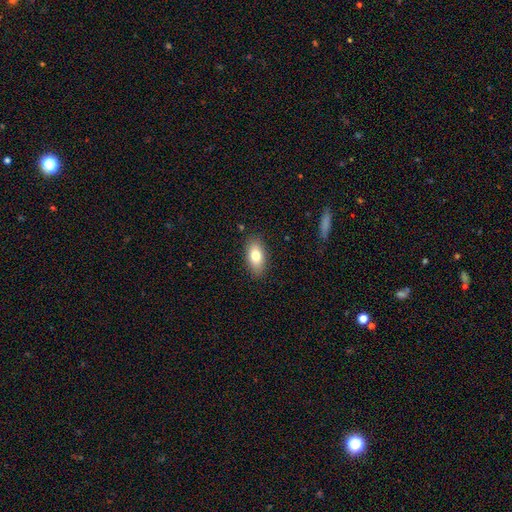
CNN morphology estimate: This appears to be a smooth galaxy with no disk features (78%) that is in between round and cigar-shaped (89%). Merging: none (87%).